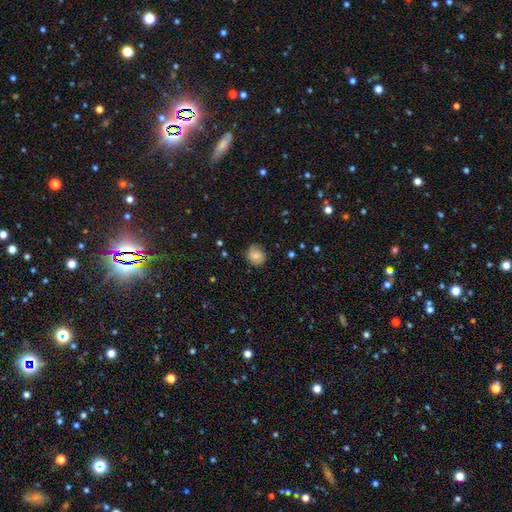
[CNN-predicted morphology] smooth_or_featured: smooth (p=0.75) [alt: featured or disk p=0.16]
how_rounded: round (p=0.75) [alt: in between p=0.24]
merging: none (p=0.78) [alt: minor disturbance p=0.18]